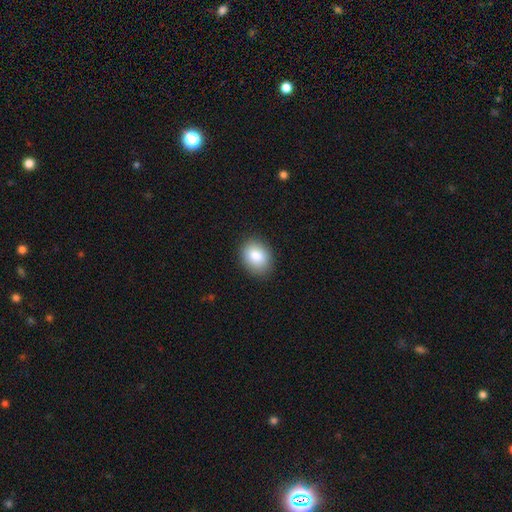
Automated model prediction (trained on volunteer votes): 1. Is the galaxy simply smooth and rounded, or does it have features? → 86% smooth, 8% star or artifact, 6% featured or disk.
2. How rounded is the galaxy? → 64% in between, 35% round, 1% cigar-shaped.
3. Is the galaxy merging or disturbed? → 87% none, 9% minor disturbance, 2% major disturbance, 1% merger.